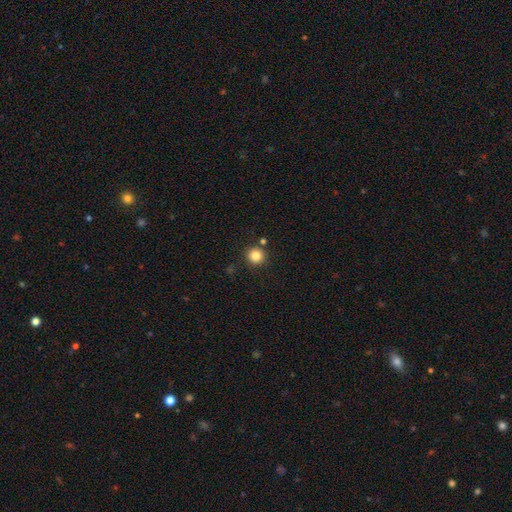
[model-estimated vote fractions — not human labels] Smooth or featured? smooth (84%)
How rounded? round (95%)
Merging? none (86%)